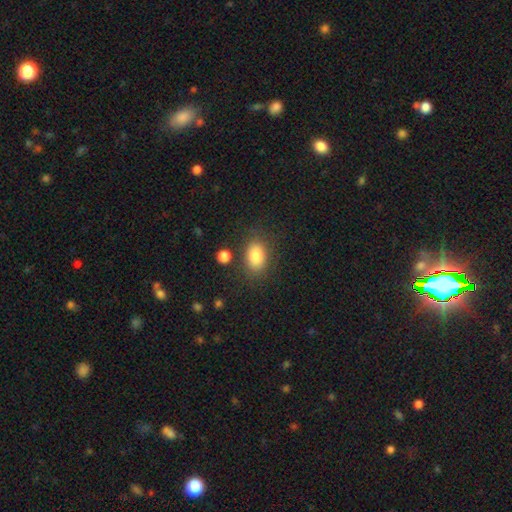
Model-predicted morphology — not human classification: The model was most divided on "merging": none: 78%, minor disturbance: 13%, major disturbance: 5%, merger: 4%. More confident: smooth or featured — smooth (84%); how rounded — in between (83%).